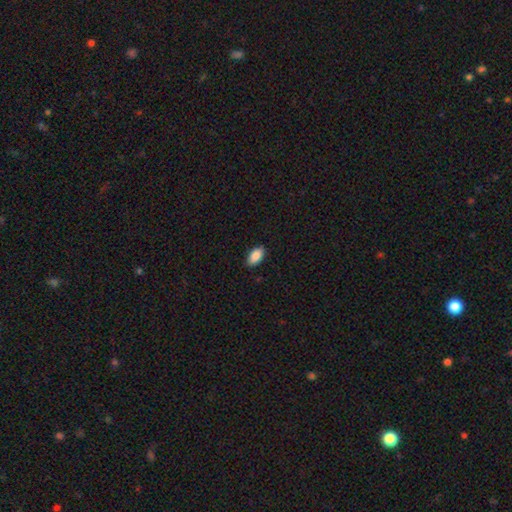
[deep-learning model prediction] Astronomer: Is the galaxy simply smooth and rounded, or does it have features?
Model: smooth — 89%.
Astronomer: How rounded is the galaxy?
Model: in between — 93%.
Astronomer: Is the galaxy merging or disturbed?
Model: none — 87%.